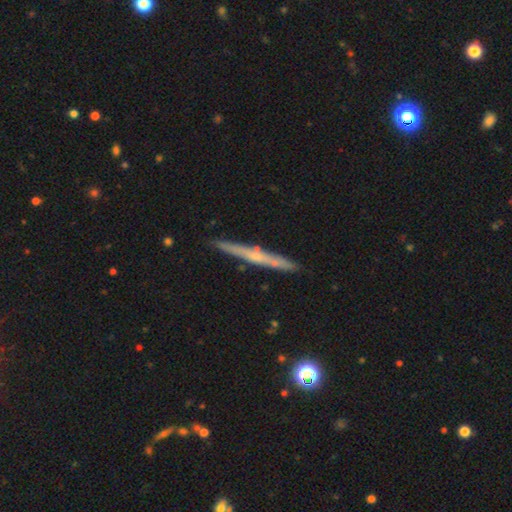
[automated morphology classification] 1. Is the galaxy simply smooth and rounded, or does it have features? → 63% featured or disk, 30% smooth, 7% star or artifact.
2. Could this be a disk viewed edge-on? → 96% yes, 4% no.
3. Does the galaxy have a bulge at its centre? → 52% none, 43% rounded, 5% boxy.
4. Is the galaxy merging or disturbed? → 88% none, 8% minor disturbance, 2% merger, 1% major disturbance.